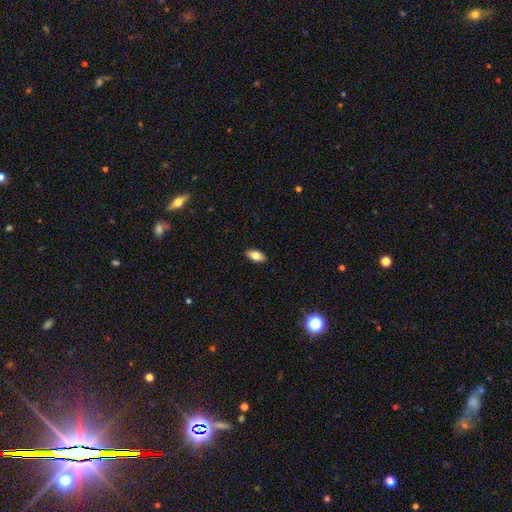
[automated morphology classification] Overall: smooth (77%). How rounded: in between (91%). Merging: none (90%).